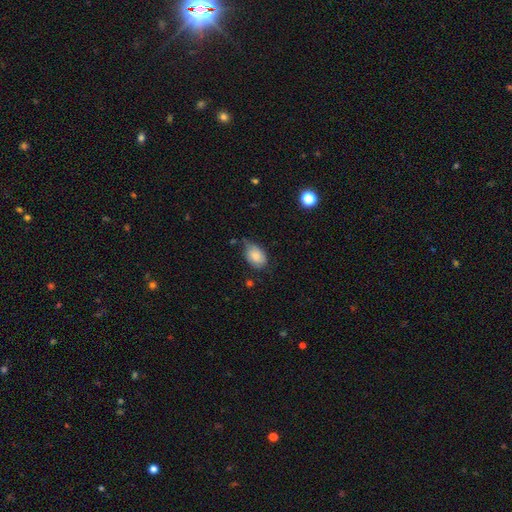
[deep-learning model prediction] smooth-or-featured: smooth: 80% | featured or disk: 12% | star or artifact: 8%
  how-rounded: in between: 82% | round: 17% | cigar-shaped: 1%
  merging: none: 46% | minor disturbance: 40% | major disturbance: 9% | merger: 4%